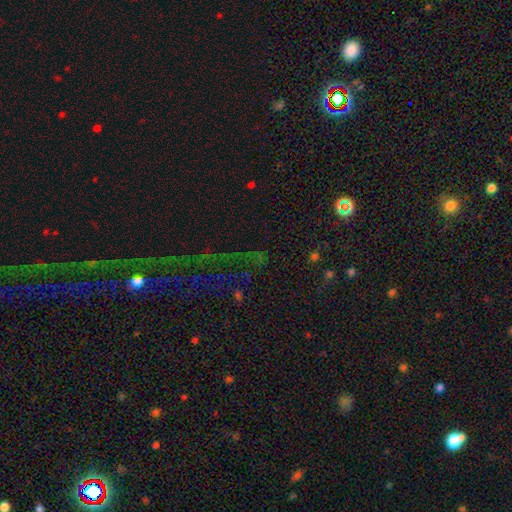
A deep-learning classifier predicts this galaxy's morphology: The model was most divided on "smooth or featured": star or artifact: 72%, smooth: 17%, featured or disk: 11%.